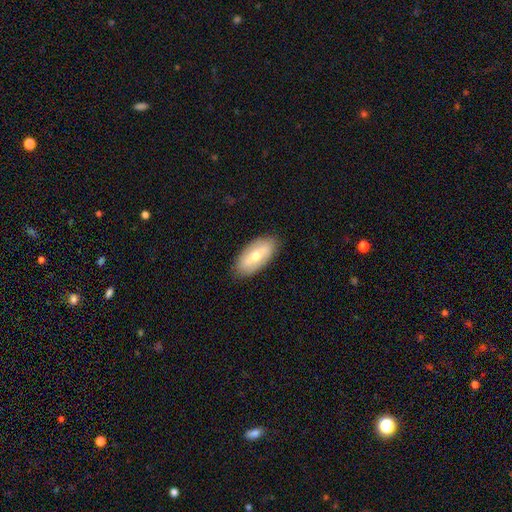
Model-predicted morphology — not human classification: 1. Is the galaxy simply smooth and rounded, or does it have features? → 56% smooth, 38% featured or disk, 6% star or artifact.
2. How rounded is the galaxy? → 91% in between, 6% cigar-shaped, 3% round.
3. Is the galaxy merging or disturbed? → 85% none, 11% minor disturbance, 3% major disturbance, 1% merger.